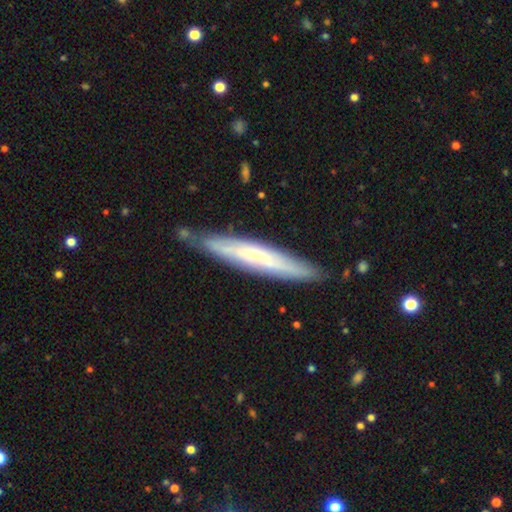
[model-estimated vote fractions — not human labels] Morphology: type=featured or disk (63%); edge-on=yes (77%); merging=none (81%).